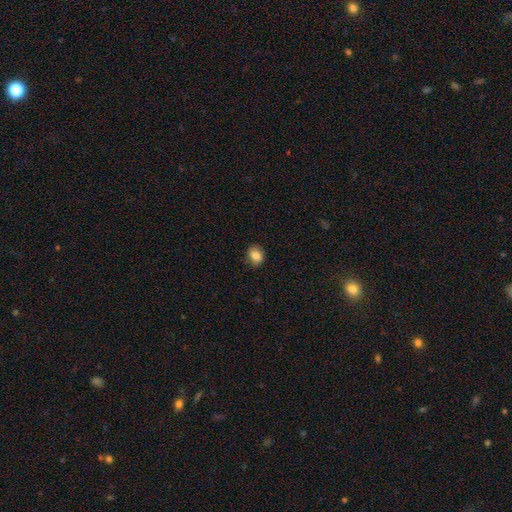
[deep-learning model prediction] A smooth galaxy with no disk features (84%) that is in between round and cigar-shaped (58%). Merging: none (79%).